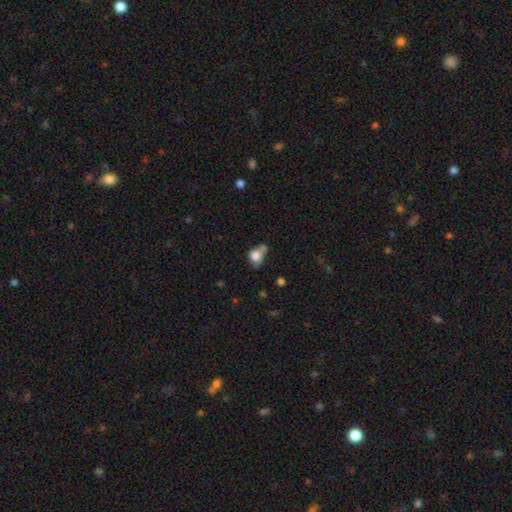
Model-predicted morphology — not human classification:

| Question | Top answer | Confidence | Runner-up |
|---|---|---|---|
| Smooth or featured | smooth | 76% | featured or disk (14%) |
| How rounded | round | 55% | in between (43%) |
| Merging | none | 35% | merger (27%) |